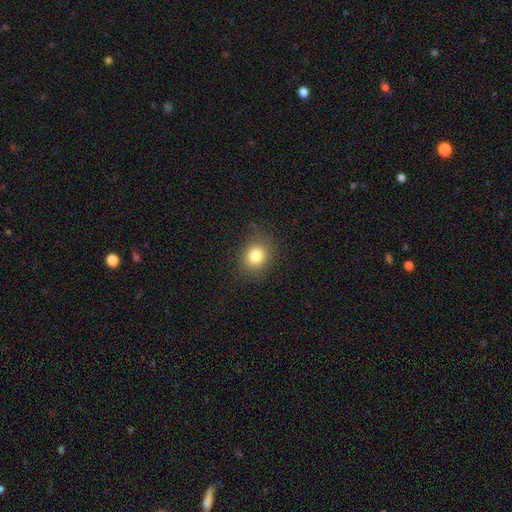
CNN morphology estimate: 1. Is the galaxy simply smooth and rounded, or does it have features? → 81% smooth, 11% star or artifact, 7% featured or disk.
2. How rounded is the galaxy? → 66% round, 33% in between, 1% cigar-shaped.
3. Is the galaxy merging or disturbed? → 83% none, 12% minor disturbance, 4% major disturbance, 1% merger.